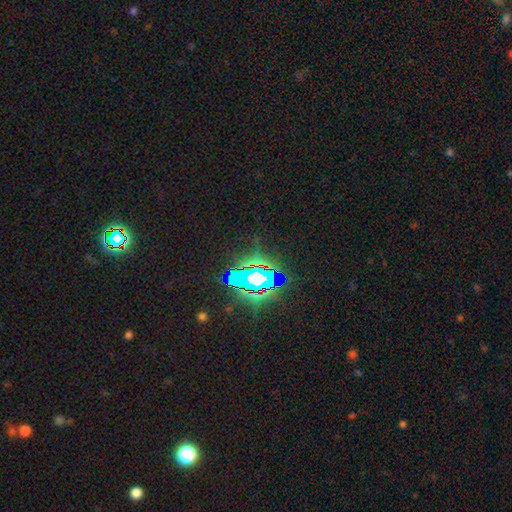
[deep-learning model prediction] This is likely a star or artifact rather than a galaxy (72%).